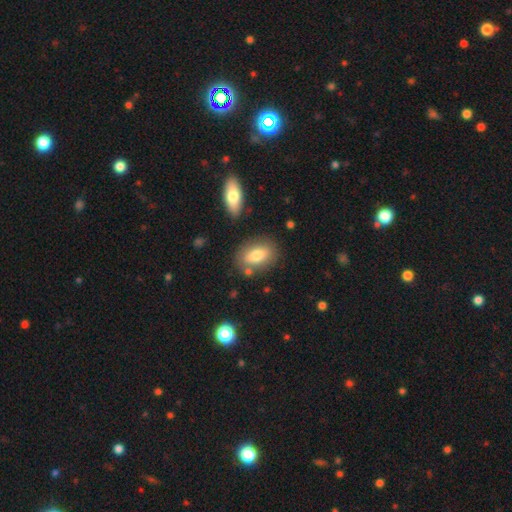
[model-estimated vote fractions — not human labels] smooth-or-featured: smooth: 77% | featured or disk: 16% | star or artifact: 7%
  how-rounded: in between: 82% | round: 16% | cigar-shaped: 3%
  merging: none: 76% | minor disturbance: 13% | merger: 6% | major disturbance: 4%